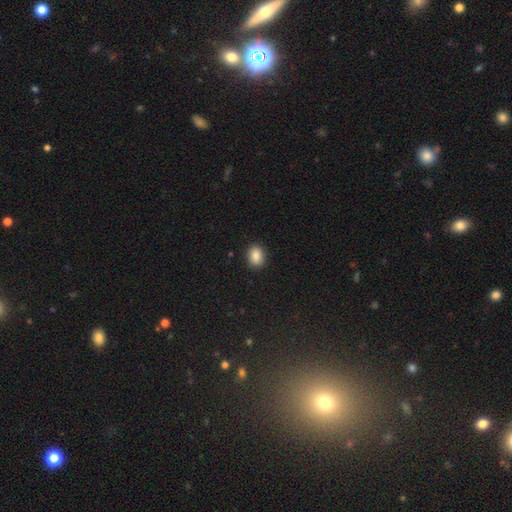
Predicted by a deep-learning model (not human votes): smooth_or_featured: smooth (p=0.86) [alt: star or artifact p=0.09]
how_rounded: in between (p=0.56) [alt: round p=0.43]
merging: none (p=0.90) [alt: minor disturbance p=0.07]